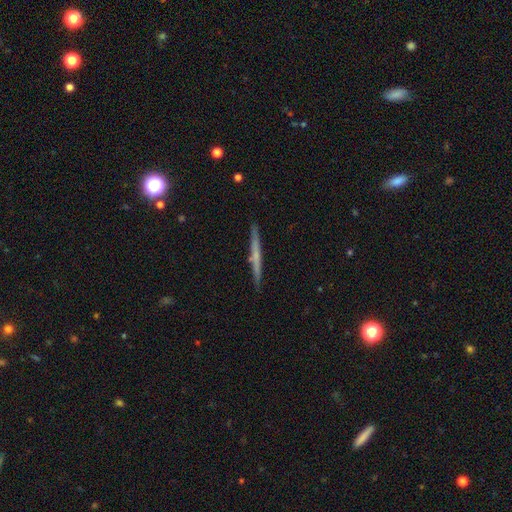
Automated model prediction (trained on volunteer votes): featured or disk 55%, smooth 39%, star or artifact 6%. Down the decision tree: edge-on disk — yes (97%); edge-on bulge — none (75%); merging — none (90%).